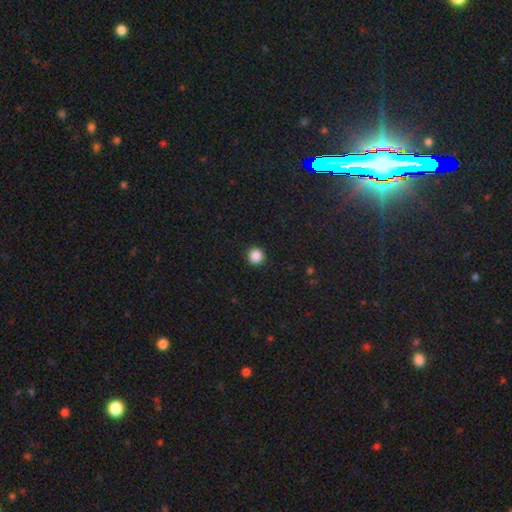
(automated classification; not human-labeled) Smooth or featured? Predicted: smooth (p=0.87). How rounded? Predicted: round (p=0.96). Merging? Predicted: none (p=0.93).